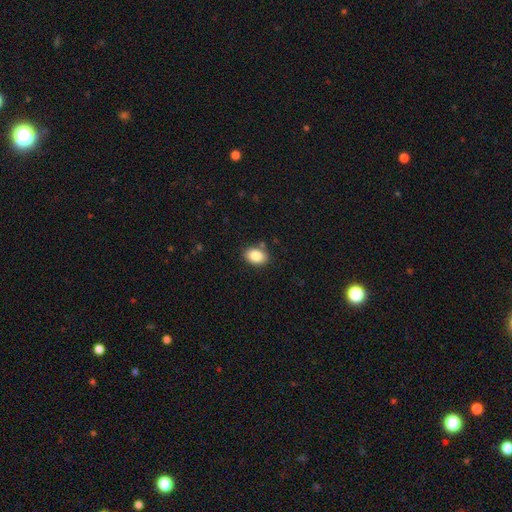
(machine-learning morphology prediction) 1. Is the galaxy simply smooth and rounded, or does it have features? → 87% smooth, 8% star or artifact, 5% featured or disk.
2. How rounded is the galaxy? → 79% in between, 20% round, 1% cigar-shaped.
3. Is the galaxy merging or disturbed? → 84% none, 10% minor disturbance, 3% merger, 2% major disturbance.